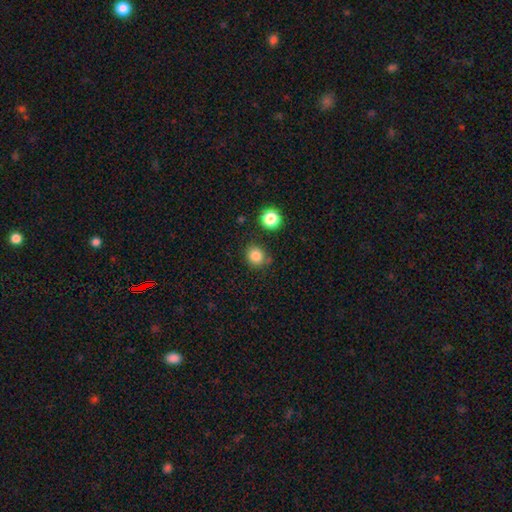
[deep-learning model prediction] Smooth or featured: smooth — 83% (star or artifact — 12%)
How rounded: round — 83% (in between — 16%)
Merging: none — 78% (minor disturbance — 13%)